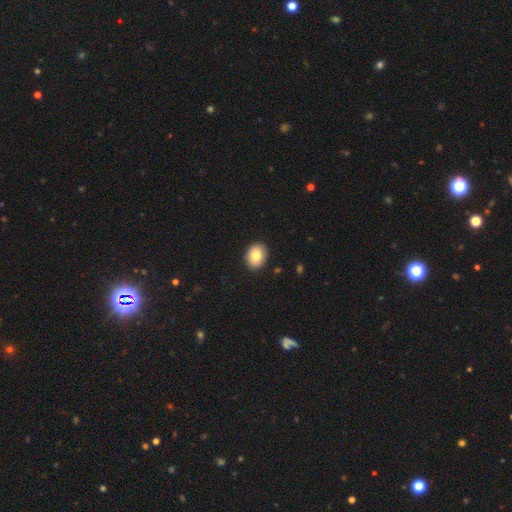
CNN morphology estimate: This appears to be a smooth galaxy with no disk features (82%) that is in between round and cigar-shaped (55%). Merging: none (91%).